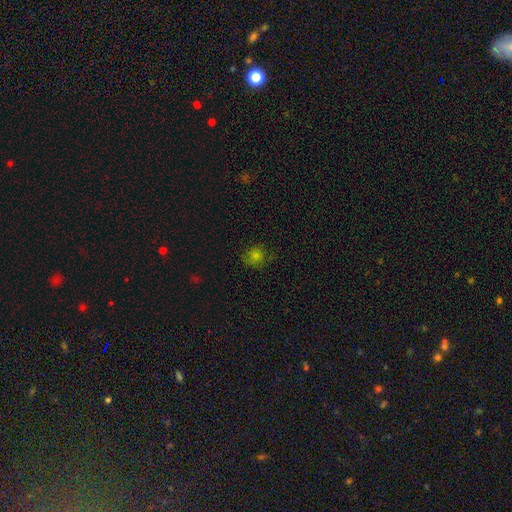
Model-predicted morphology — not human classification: smooth_or_featured: smooth (p=0.64) [alt: star or artifact p=0.23]
how_rounded: round (p=0.84) [alt: in between p=0.14]
merging: none (p=0.74) [alt: minor disturbance p=0.18]